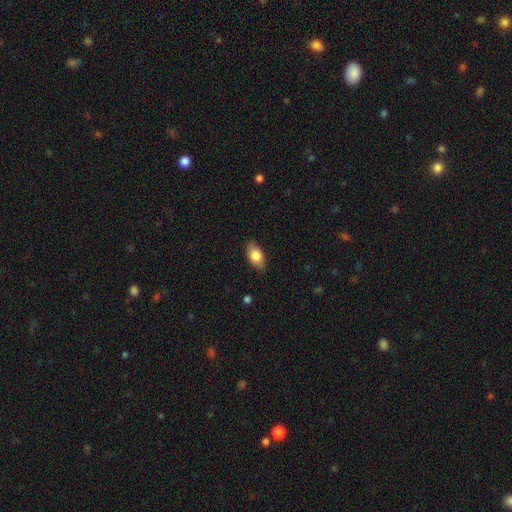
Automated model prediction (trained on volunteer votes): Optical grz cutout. It shows a smooth galaxy with no disk features (80%) that is in between round and cigar-shaped (91%). Merging: none (83%).